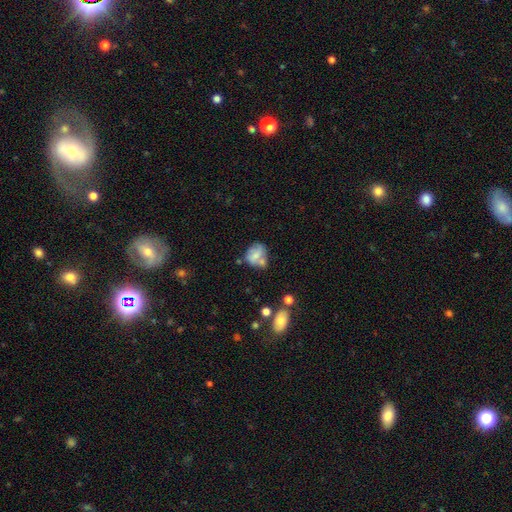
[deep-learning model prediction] This is likely a smooth galaxy (60%). How rounded: possibly round (52%). Merging: marginally none (39%).